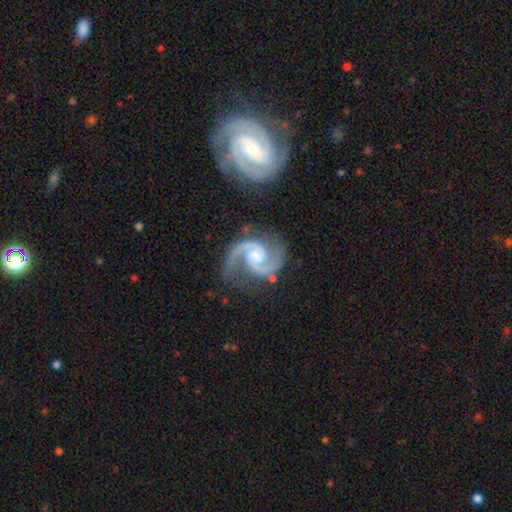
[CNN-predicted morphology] This is clearly a featured or disk galaxy (94%). It is clearly not viewed edge-on (98%). Bar: possibly no (52%). Spiral arm pattern: clearly yes (99%). Spiral arm count: clearly 2 (94%). Spiral winding: likely medium (66%). Central bulge: marginally moderate (44%). Merging: likely none (72%).